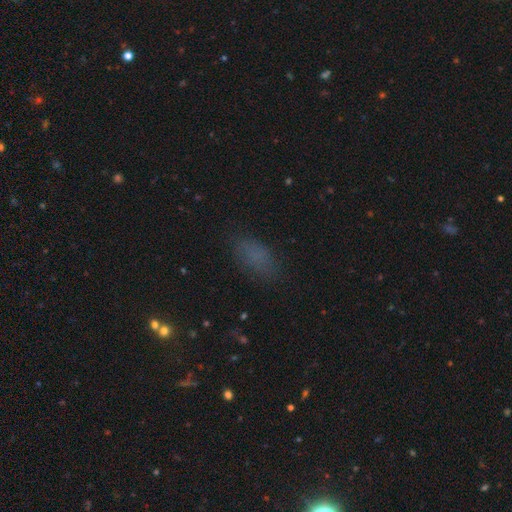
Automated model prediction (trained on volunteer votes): Q: Smooth or featured?
A: smooth (74%); runner-up: star or artifact (17%)
Q: How rounded?
A: in between (88%); runner-up: cigar-shaped (6%)
Q: Merging?
A: none (77%); runner-up: minor disturbance (15%)